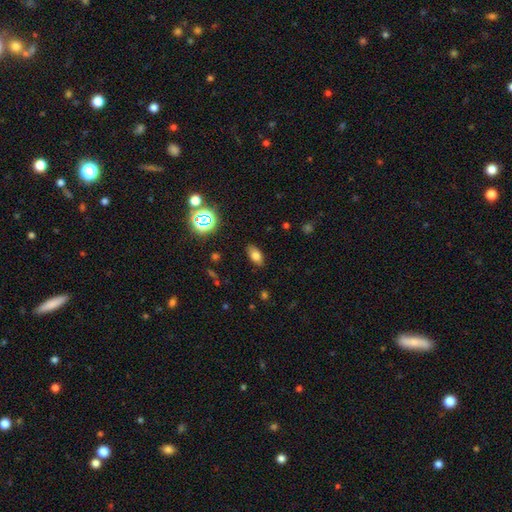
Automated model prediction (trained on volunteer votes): smooth 74%, star or artifact 14%, featured or disk 12%. Down the decision tree: how rounded — in between (89%); merging — none (86%).